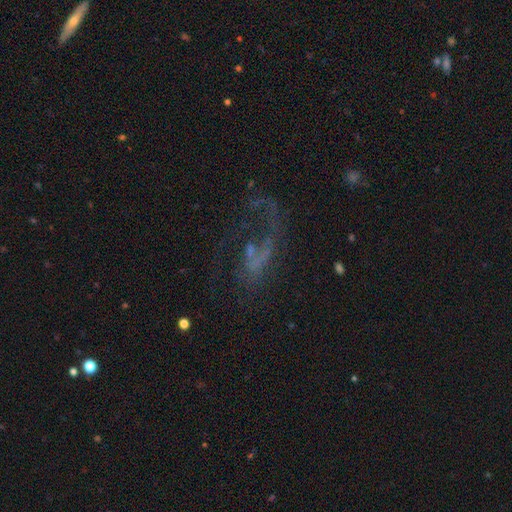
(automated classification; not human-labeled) A featured or disk galaxy (65%) with no bar (69%), spiral arms (61%) and no central bulge (63%).

Vote fractions:
- Smooth or featured? featured or disk: 65% / star or artifact: 18% / smooth: 17%
- Edge-on disk? no: 96% / yes: 4%
- Bar? no: 69% / weak: 23% / strong: 8%
- Spiral arms? yes: 61% / no: 39%
- Bulge size? none: 63% / small: 25% / moderate: 8% / large: 2% / dominant: 2%
- Merging? major disturbance: 45% / none: 35% / minor disturbance: 13% / merger: 6%